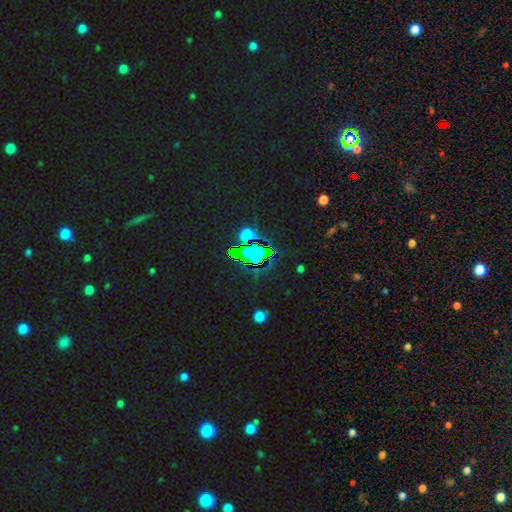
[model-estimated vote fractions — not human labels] smooth-or-featured: star or artifact: 74% | smooth: 16% | featured or disk: 10%